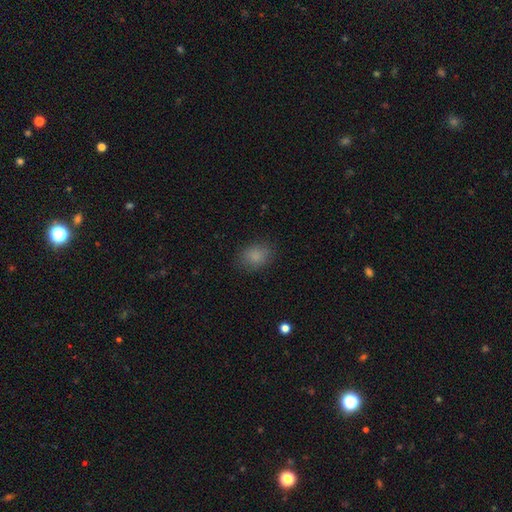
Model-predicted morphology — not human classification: Smooth or featured: smooth — 85% (star or artifact — 10%)
How rounded: in between — 64% (round — 35%)
Merging: none — 82% (minor disturbance — 13%)